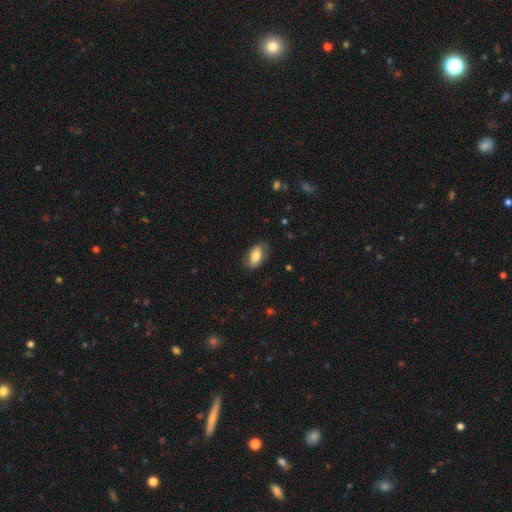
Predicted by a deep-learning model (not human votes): smooth-or-featured: smooth: 74% | featured or disk: 19% | star or artifact: 7%
  how-rounded: in between: 89% | cigar-shaped: 7% | round: 4%
  merging: none: 77% | minor disturbance: 18% | major disturbance: 4% | merger: 1%